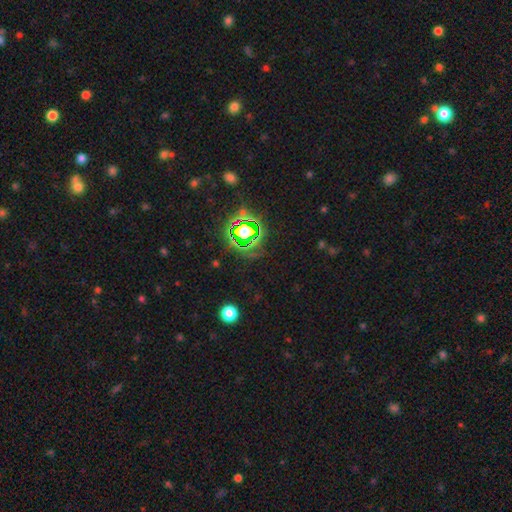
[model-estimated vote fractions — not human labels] Overall: star or artifact (76%).